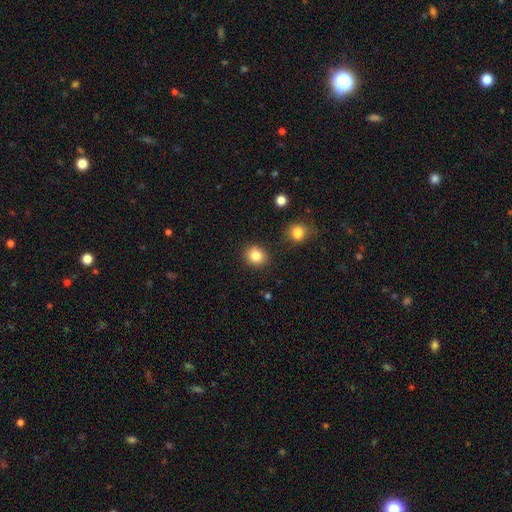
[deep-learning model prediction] Smooth or featured: smooth — 84% (star or artifact — 10%)
How rounded: round — 76% (in between — 23%)
Merging: none — 87% (minor disturbance — 8%)